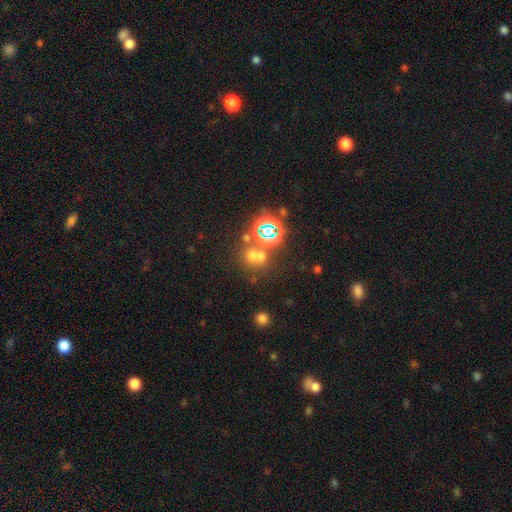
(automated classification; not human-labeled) A smooth galaxy with no disk features (51%) that is round (81%). Merging: none (53%).